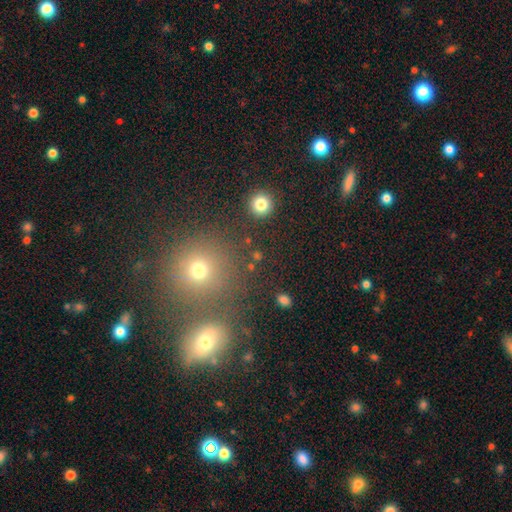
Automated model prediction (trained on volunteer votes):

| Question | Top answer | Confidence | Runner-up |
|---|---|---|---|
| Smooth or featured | smooth | 61% | star or artifact (30%) |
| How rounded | round | 85% | in between (13%) |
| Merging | none | 77% | merger (12%) |